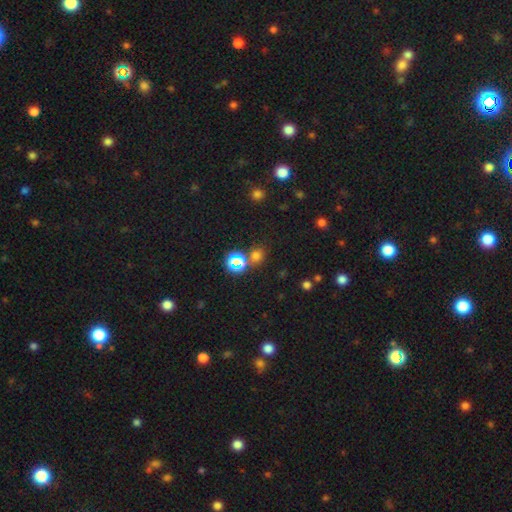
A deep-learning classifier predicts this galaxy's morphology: Smooth or featured: smooth — 57% (star or artifact — 37%)
How rounded: round — 79% (in between — 20%)
Merging: none — 71% (merger — 16%)